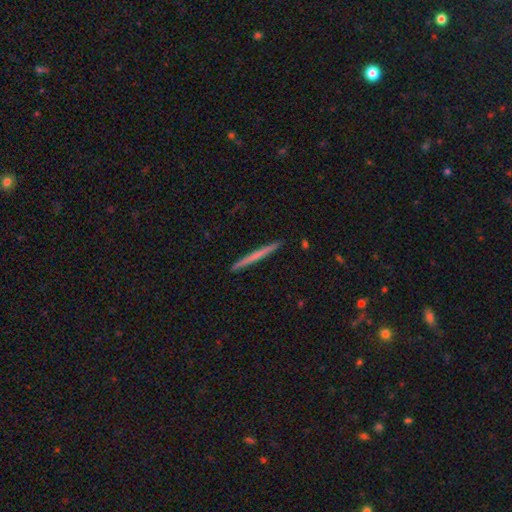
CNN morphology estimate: smooth_or_featured: smooth (p=0.51) [alt: featured or disk p=0.44]
how_rounded: cigar-shaped (p=0.97) [alt: in between p=0.02]
merging: none (p=0.93) [alt: minor disturbance p=0.05]